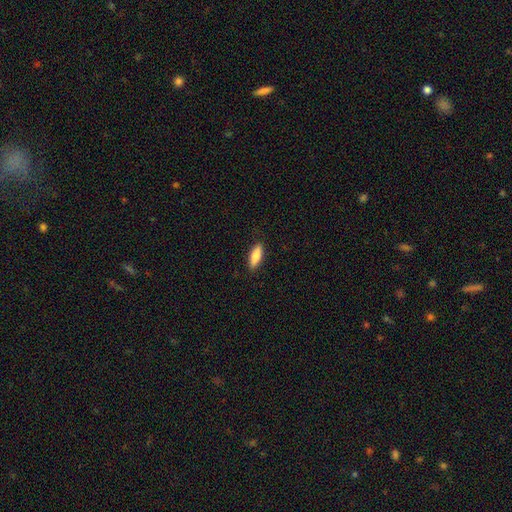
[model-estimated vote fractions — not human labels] smooth-or-featured: smooth: 84% | featured or disk: 10% | star or artifact: 6%
  how-rounded: in between: 57% | cigar-shaped: 41% | round: 2%
  merging: none: 87% | minor disturbance: 10% | major disturbance: 2% | merger: 1%